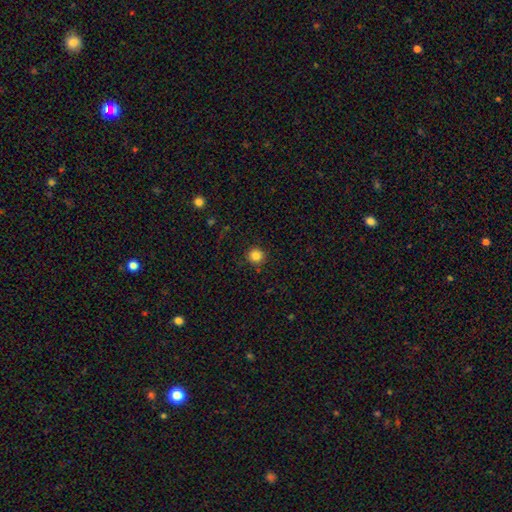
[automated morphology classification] This appears to be a smooth galaxy with no disk features (84%) that is round (94%). Merging: none (91%).